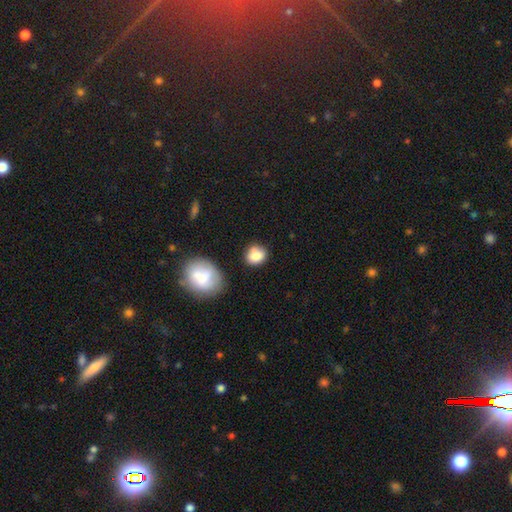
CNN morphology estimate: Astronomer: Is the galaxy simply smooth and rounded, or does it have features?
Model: smooth — 81%.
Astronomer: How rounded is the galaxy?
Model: round — 66%.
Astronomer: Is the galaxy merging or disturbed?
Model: none — 62%.